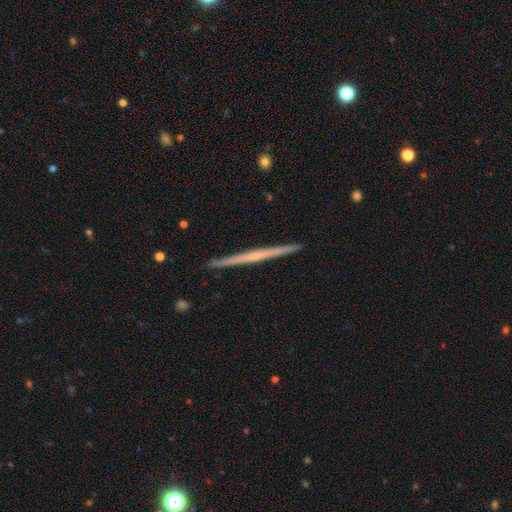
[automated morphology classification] The model was most divided on "smooth or featured": featured or disk: 68%, smooth: 26%, star or artifact: 5%. More confident: edge-on disk — yes (98%); merging — none (92%); edge-on bulge — none (69%).